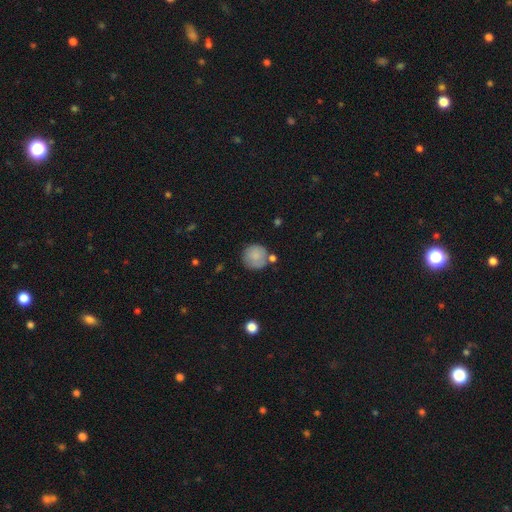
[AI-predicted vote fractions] smooth_or_featured: smooth (p=0.83) [alt: featured or disk p=0.10]
how_rounded: round (p=0.94) [alt: in between p=0.05]
merging: none (p=0.72) [alt: minor disturbance p=0.15]